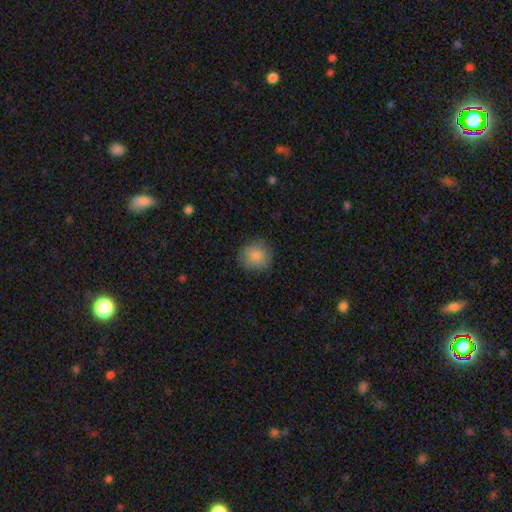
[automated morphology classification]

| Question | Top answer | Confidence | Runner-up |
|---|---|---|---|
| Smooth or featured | smooth | 85% | star or artifact (8%) |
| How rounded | round | 91% | in between (8%) |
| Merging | none | 83% | minor disturbance (12%) |